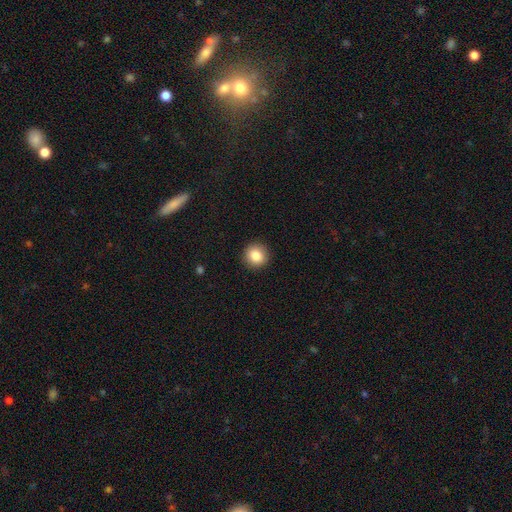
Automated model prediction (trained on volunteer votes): This is clearly a smooth galaxy (85%). How rounded: clearly round (93%). Merging: clearly none (92%).